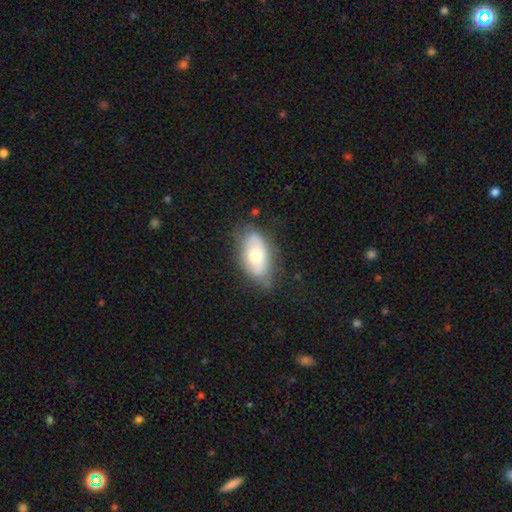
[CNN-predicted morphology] type=smooth (60%); roundness=in between (91%); merging=none (69%).